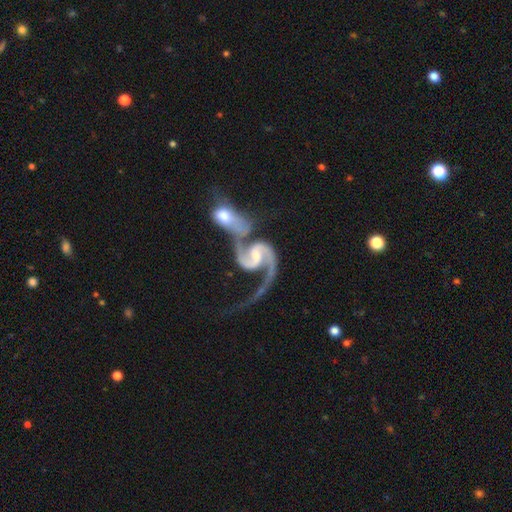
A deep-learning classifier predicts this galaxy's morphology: featured or disk 92%, smooth 4%, star or artifact 4%. Down the decision tree: edge-on disk — no (98%); bar — weak (48%); spiral arms — yes (98%); spiral arm count — 2 (91%); spiral winding — loose (48%); bulge size — moderate (40%); merging — merger (64%).